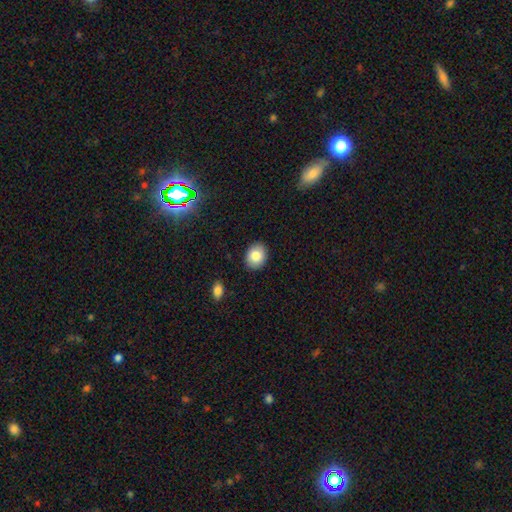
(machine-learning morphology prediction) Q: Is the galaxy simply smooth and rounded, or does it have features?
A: smooth — 83%.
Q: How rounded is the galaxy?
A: in between — 54%.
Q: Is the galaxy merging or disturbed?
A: none — 89%.